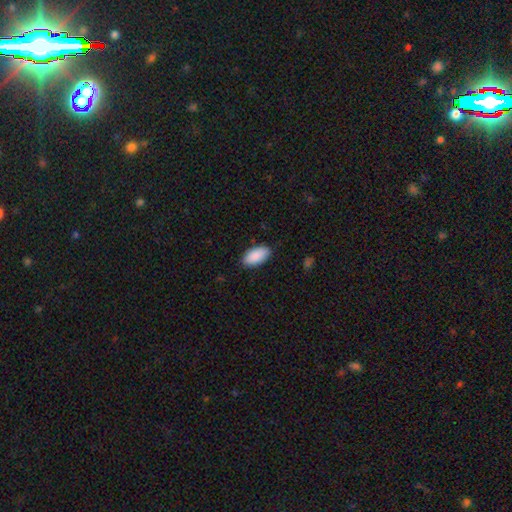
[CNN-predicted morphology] smooth 90%, star or artifact 6%, featured or disk 4%. Down the decision tree: how rounded — in between (95%); merging — none (86%).